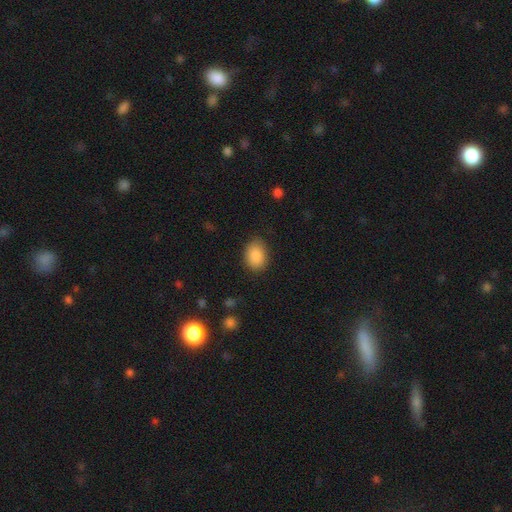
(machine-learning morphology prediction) Smooth or featured: smooth — 88% (star or artifact — 7%)
How rounded: in between — 74% (round — 25%)
Merging: none — 81% (minor disturbance — 14%)